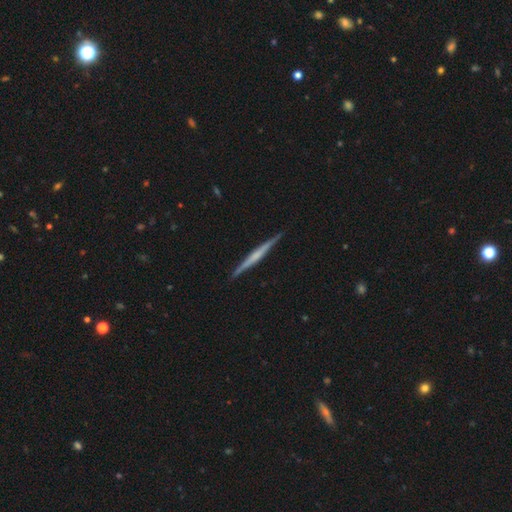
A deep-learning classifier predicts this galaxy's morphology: type=featured or disk (68%); edge-on=yes (98%); edge-on bulge=none (50%); merging=none (91%).